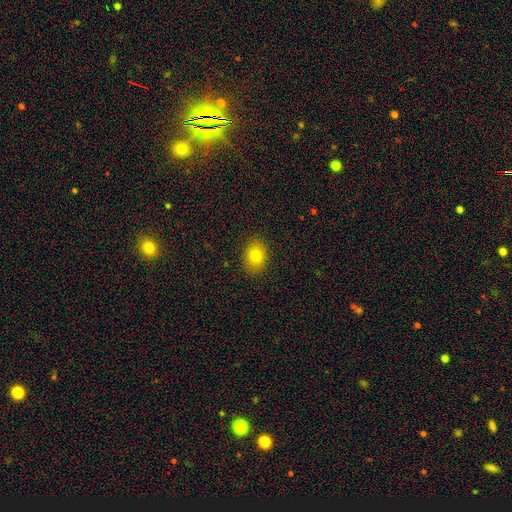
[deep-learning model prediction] smooth 79%, star or artifact 10%, featured or disk 10%. Down the decision tree: how rounded — in between (71%); merging — none (89%).